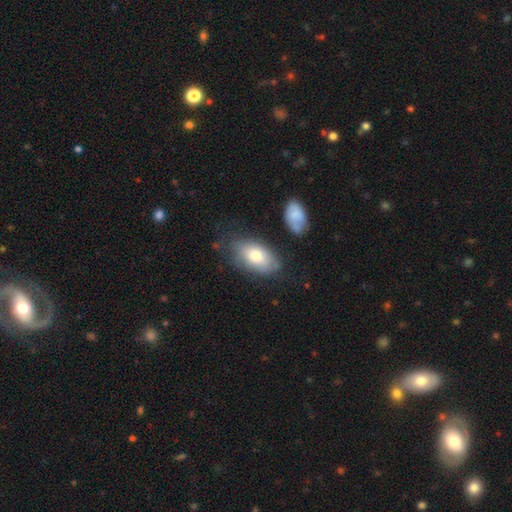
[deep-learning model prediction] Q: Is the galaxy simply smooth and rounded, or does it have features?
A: smooth — 71%.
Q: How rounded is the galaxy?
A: in between — 92%.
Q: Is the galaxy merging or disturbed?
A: none — 67%.